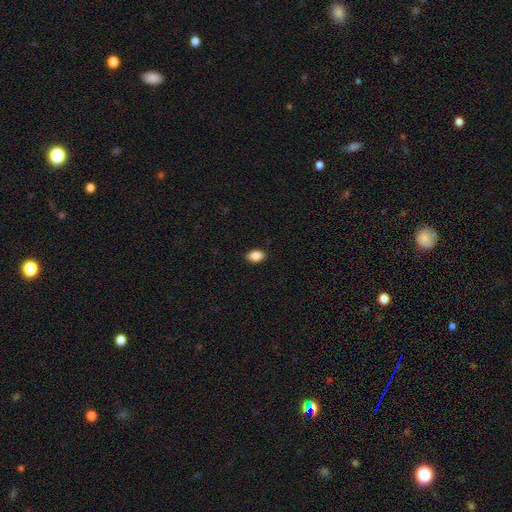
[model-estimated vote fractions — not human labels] Morphology: type=smooth (87%); roundness=in between (89%); merging=none (88%).